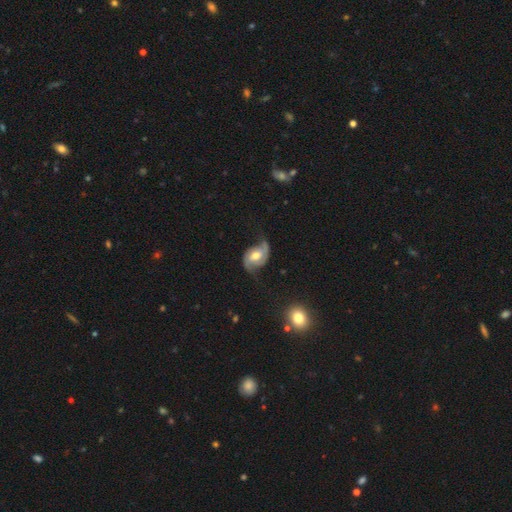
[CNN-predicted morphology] The model was most divided on "bar": no: 45%, weak: 41%, strong: 14%. Remaining: edge-on disk — no (97%); spiral arms — yes (93%); spiral arm count — 2 (89%); smooth or featured — featured or disk (78%); bulge size — moderate (70%); merging — none (61%); spiral winding — loose (49%).